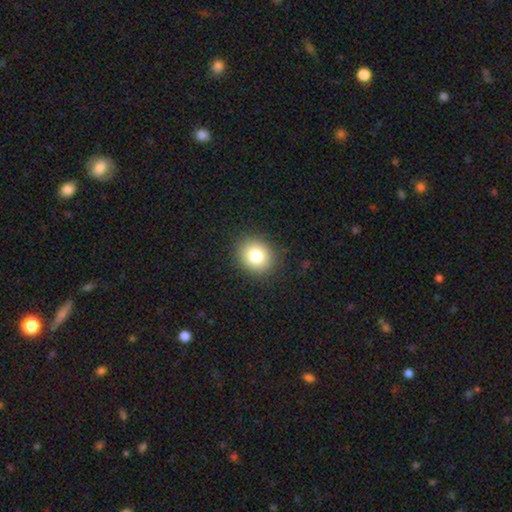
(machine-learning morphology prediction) Smooth or featured?
  - smooth: 81% *
  - star or artifact: 10%
  - featured or disk: 8%
How rounded?
  - round: 72% *
  - in between: 27%
  - cigar-shaped: 1%
Merging?
  - none: 90% *
  - minor disturbance: 7%
  - major disturbance: 2%
  - merger: 1%